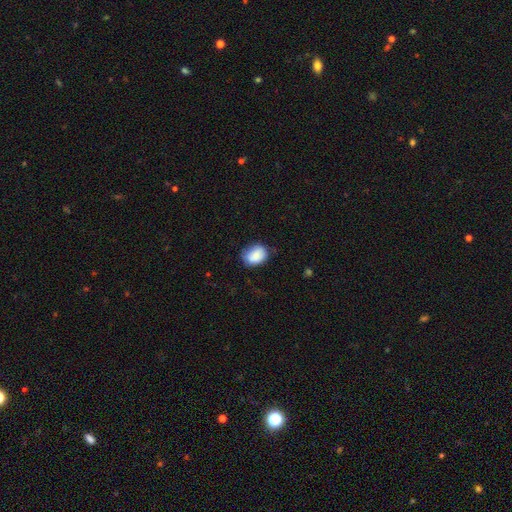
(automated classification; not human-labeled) This is clearly a smooth galaxy (85%). How rounded: likely in between (62%). Merging: likely none (67%).